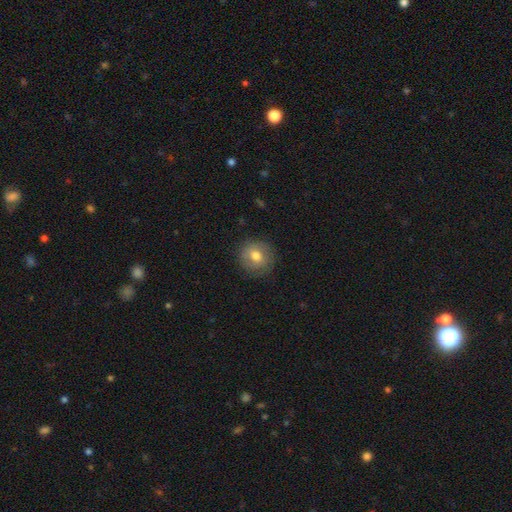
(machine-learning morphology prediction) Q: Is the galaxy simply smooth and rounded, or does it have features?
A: smooth — 73%.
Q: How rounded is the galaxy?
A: round — 88%.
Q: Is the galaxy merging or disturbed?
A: none — 85%.